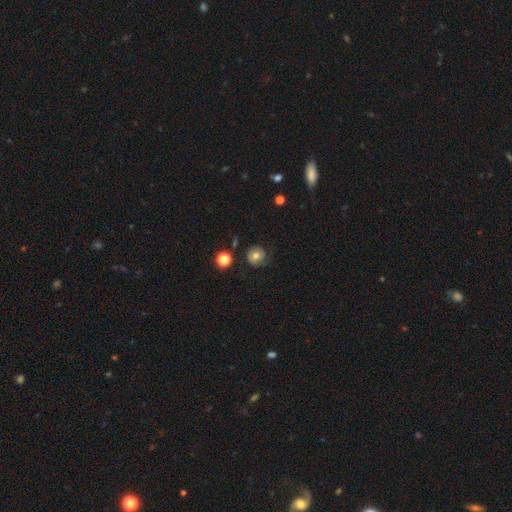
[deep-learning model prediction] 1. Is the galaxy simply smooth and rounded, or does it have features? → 51% smooth, 38% featured or disk, 11% star or artifact.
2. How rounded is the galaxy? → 91% round, 8% in between, 1% cigar-shaped.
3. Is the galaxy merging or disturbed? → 73% none, 17% minor disturbance, 8% major disturbance, 2% merger.